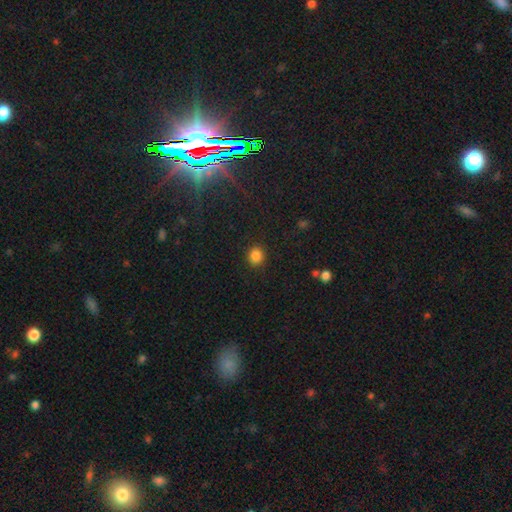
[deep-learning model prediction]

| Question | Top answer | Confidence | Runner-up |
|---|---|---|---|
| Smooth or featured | smooth | 85% | star or artifact (11%) |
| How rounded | round | 83% | in between (16%) |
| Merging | none | 91% | minor disturbance (6%) |